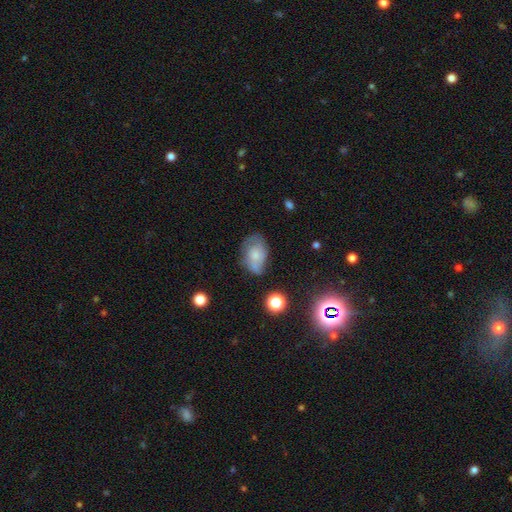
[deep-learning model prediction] Q: Smooth or featured?
A: smooth (55%); runner-up: featured or disk (35%)
Q: How rounded?
A: in between (85%); runner-up: round (14%)
Q: Merging?
A: none (47%); runner-up: minor disturbance (31%)